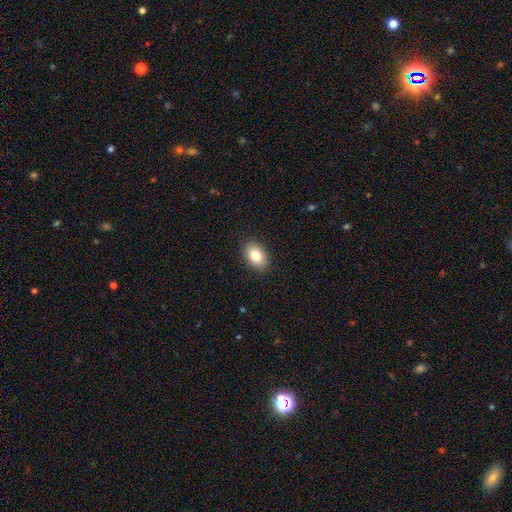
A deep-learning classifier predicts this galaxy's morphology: type=smooth (82%); roundness=in between (84%); merging=none (89%).